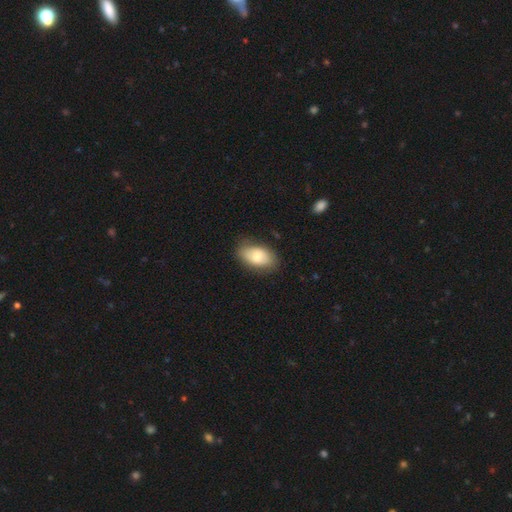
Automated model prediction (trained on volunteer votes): A smooth galaxy with no disk features (73%) that is in between round and cigar-shaped (93%). Merging: none (76%).